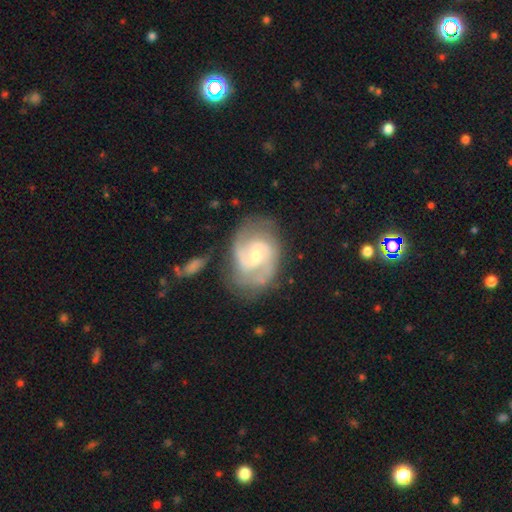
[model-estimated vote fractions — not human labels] The model was most divided on "bulge size": small: 50%, moderate: 45%, large: 2%, none: 1%, dominant: 1%. Remaining: edge-on disk — no (98%); spiral arms — yes (97%); smooth or featured — featured or disk (87%); spiral arm count — 2 (71%); merging — none (68%); spiral winding — medium (51%); bar — weak (47%).